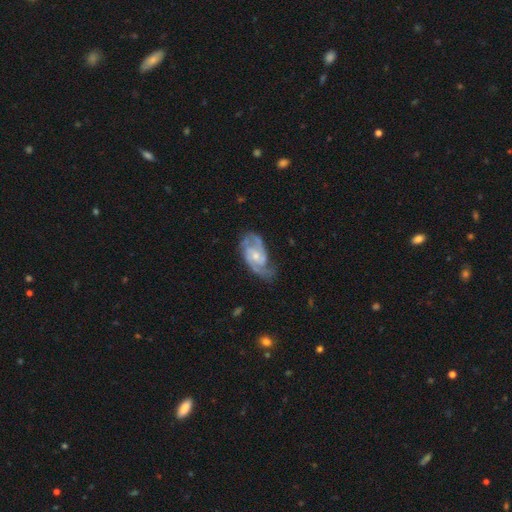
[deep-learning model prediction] A featured or disk galaxy (88%) with no bar (52%), 2 (75%) medium (51%) spiral arms (97%) and a small central bulge (51%).

Vote fractions:
- Smooth or featured? featured or disk: 88% / smooth: 8% / star or artifact: 4%
- Edge-on disk? no: 97% / yes: 3%
- Bar? no: 52% / weak: 40% / strong: 8%
- Spiral arms? yes: 97% / no: 3%
- Spiral winding? medium: 51% / tight: 37% / loose: 12%
- Spiral arm count? 2: 75% / 3: 11% / can't tell: 8% / 1: 2% / 4: 2% / more than 4: 2%
- Bulge size? small: 51% / moderate: 43% / none: 3% / large: 2% / dominant: 1%
- Merging? none: 67% / minor disturbance: 22% / major disturbance: 9% / merger: 2%